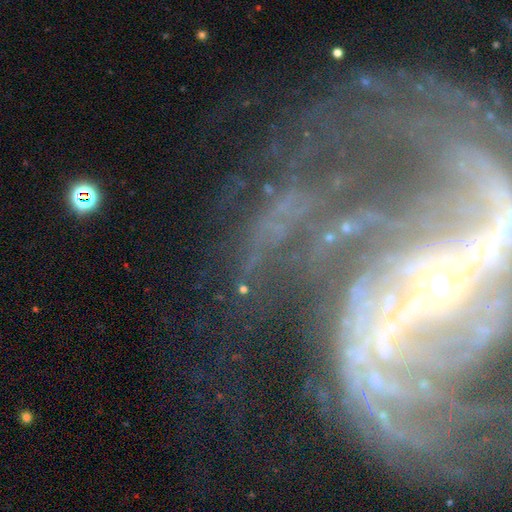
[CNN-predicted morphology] Q: Smooth or featured?
A: featured or disk (74%); runner-up: star or artifact (17%)
Q: Edge-on disk?
A: no (94%); runner-up: yes (6%)
Q: Bar?
A: strong (38%); runner-up: no (34%)
Q: Spiral arms?
A: yes (90%); runner-up: no (10%)
Q: Spiral winding?
A: tight (51%); runner-up: medium (30%)
Q: Spiral arm count?
A: can't tell (25%); runner-up: 2 (24%)
Q: Bulge size?
A: small (63%); runner-up: moderate (25%)
Q: Merging?
A: none (59%); runner-up: major disturbance (21%)